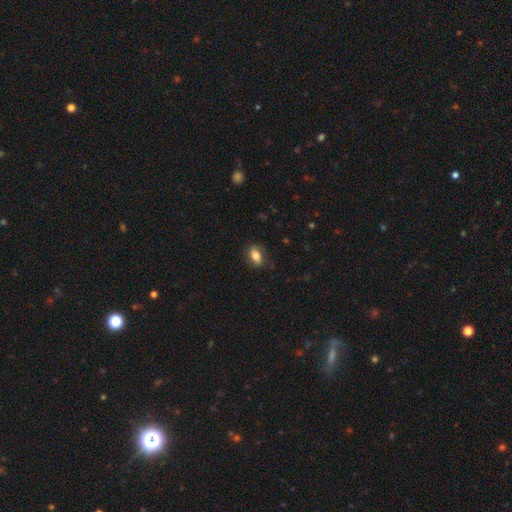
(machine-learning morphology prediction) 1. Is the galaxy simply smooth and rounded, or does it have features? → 78% smooth, 14% featured or disk, 8% star or artifact.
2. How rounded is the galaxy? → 84% in between, 13% round, 3% cigar-shaped.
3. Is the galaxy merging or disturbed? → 79% none, 15% minor disturbance, 4% major disturbance, 1% merger.